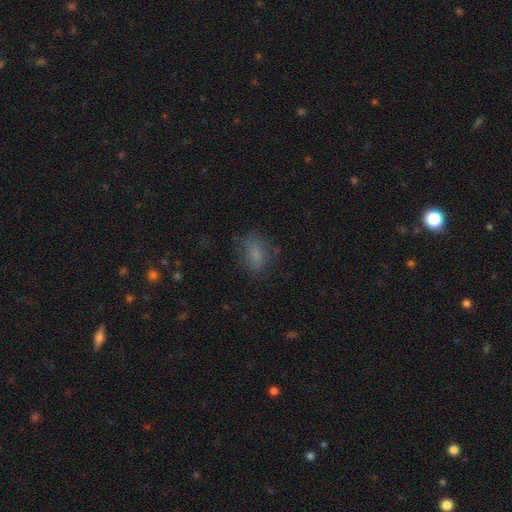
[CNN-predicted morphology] Smooth or featured: smooth — 74% (featured or disk — 14%)
How rounded: in between — 77% (round — 20%)
Merging: none — 68% (minor disturbance — 20%)